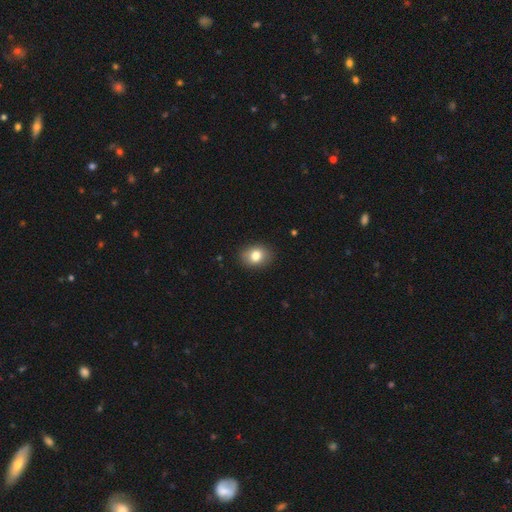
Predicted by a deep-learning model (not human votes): A smooth galaxy with no disk features (81%) that is in between round and cigar-shaped (61%). Merging: none (88%).